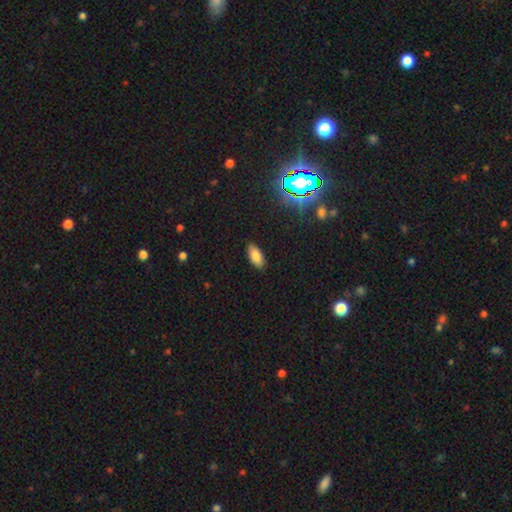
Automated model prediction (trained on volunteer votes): Morphology: type=smooth (81%); roundness=in between (89%); merging=none (88%).